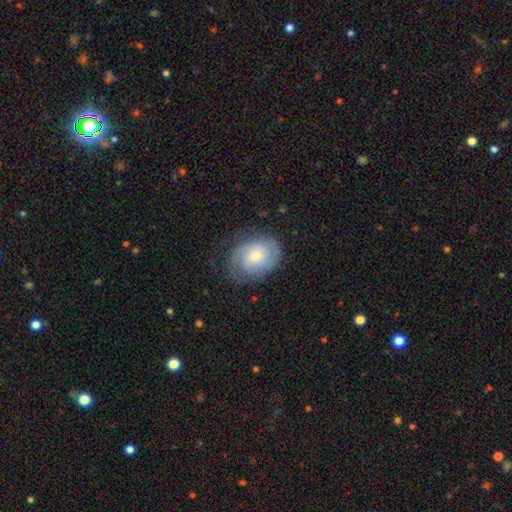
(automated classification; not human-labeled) This is possibly a featured or disk galaxy (60%). It is clearly not viewed edge-on (97%). Bar: likely no (72%). Spiral arm pattern: clearly yes (88%). Spiral arm count: marginally 2 (40%). Spiral winding: possibly tight (57%). Central bulge: possibly small (53%). Merging: likely none (68%).